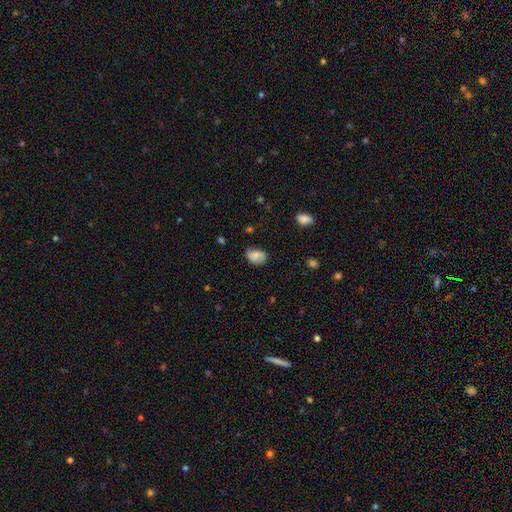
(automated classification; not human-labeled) Q: Smooth or featured?
A: smooth (75%); runner-up: featured or disk (17%)
Q: How rounded?
A: in between (82%); runner-up: round (17%)
Q: Merging?
A: none (71%); runner-up: minor disturbance (23%)